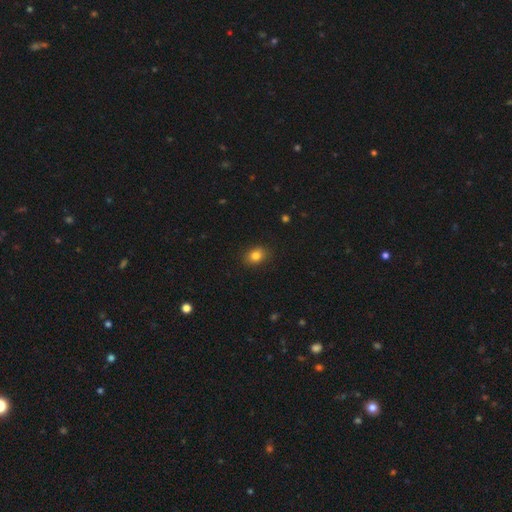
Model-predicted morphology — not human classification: Smooth or featured: smooth — 83% (star or artifact — 11%)
How rounded: in between — 58% (round — 41%)
Merging: none — 87% (minor disturbance — 9%)